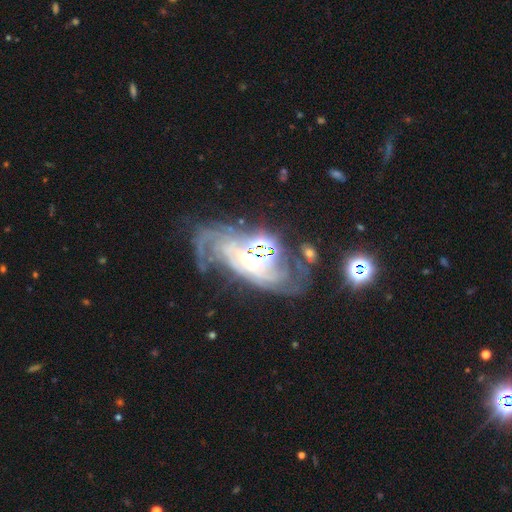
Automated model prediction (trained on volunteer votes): A featured or disk galaxy (78%) with no bar (60%), tight (50%) spiral arms (91%) and a small central bulge (49%).

Vote fractions:
- Smooth or featured? featured or disk: 78% / star or artifact: 13% / smooth: 8%
- Edge-on disk? no: 95% / yes: 5%
- Bar? no: 60% / weak: 25% / strong: 15%
- Spiral arms? yes: 91% / no: 9%
- Spiral winding? tight: 50% / medium: 34% / loose: 16%
- Spiral arm count? can't tell: 29% / 2: 26% / 3: 17% / 4: 10% / more than 4: 9% / 1: 8%
- Bulge size? small: 49% / moderate: 37% / large: 7% / none: 5% / dominant: 3%
- Merging? none: 47% / major disturbance: 23% / minor disturbance: 19% / merger: 11%